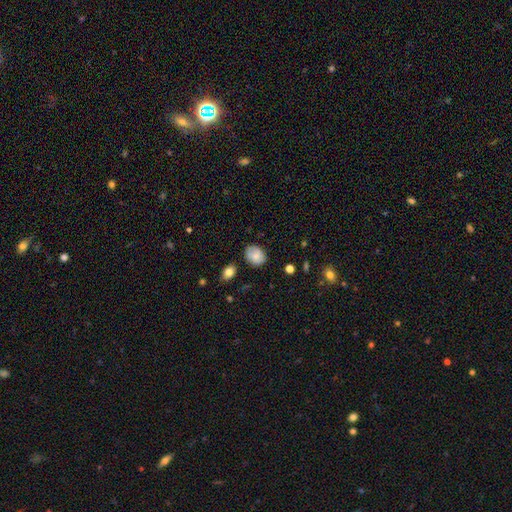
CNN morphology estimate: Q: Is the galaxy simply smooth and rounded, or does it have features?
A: smooth — 77%.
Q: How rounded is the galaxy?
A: in between — 57%.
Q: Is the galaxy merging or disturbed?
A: none — 73%.